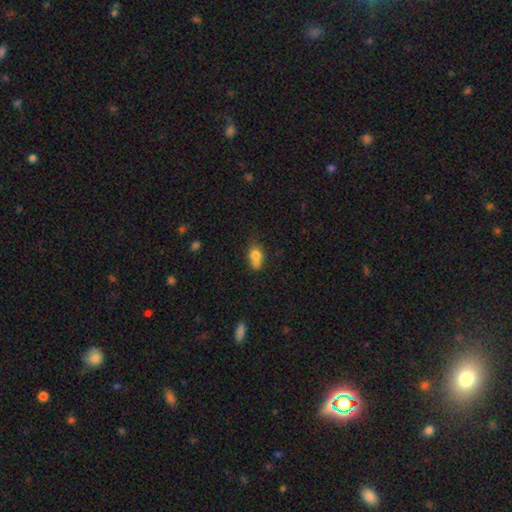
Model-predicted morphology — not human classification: Smooth or featured?
  - smooth: 75% *
  - featured or disk: 15%
  - star or artifact: 10%
How rounded?
  - round: 52% *
  - in between: 46%
  - cigar-shaped: 2%
Merging?
  - merger: 45% *
  - none: 34%
  - minor disturbance: 15%
  - major disturbance: 6%